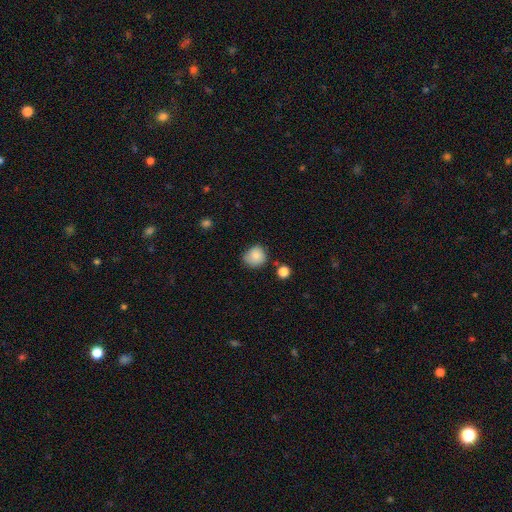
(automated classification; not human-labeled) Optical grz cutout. It shows a smooth galaxy with no disk features (85%) that is round (82%). Merging: none (67%).